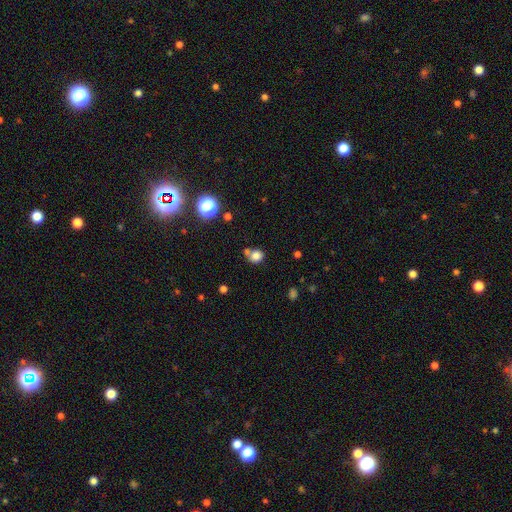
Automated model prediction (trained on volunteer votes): This appears to be a smooth galaxy with no disk features (80%) that is round (82%). Merging: none (55%).